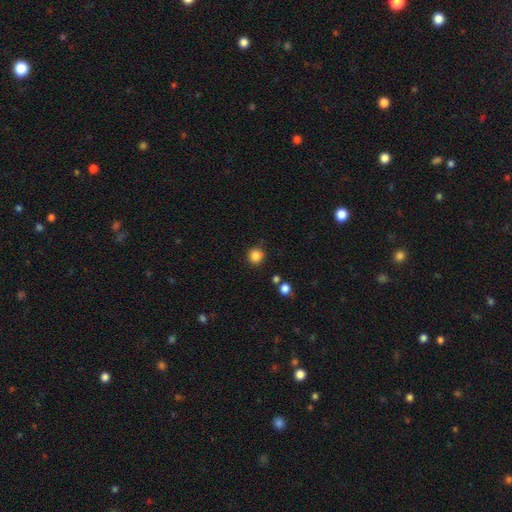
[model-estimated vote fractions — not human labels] Q: Smooth or featured?
A: smooth (85%); runner-up: star or artifact (11%)
Q: How rounded?
A: round (92%); runner-up: in between (7%)
Q: Merging?
A: none (85%); runner-up: minor disturbance (10%)